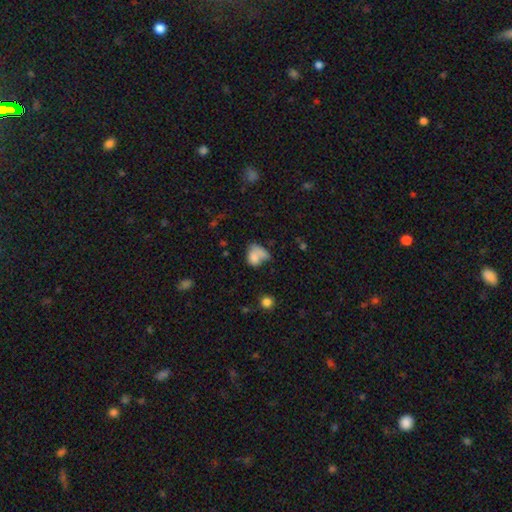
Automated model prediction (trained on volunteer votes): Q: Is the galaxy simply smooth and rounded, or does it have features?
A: smooth — 71%.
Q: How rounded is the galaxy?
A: in between — 66%.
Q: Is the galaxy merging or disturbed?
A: merger — 32%.